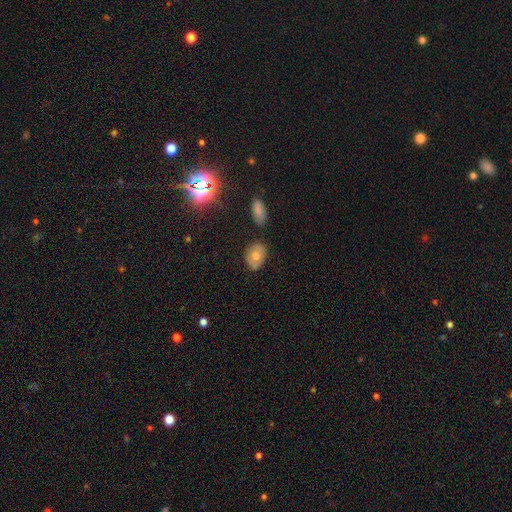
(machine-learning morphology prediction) smooth 61%, featured or disk 27%, star or artifact 13%. Down the decision tree: how rounded — in between (72%); merging — none (78%).